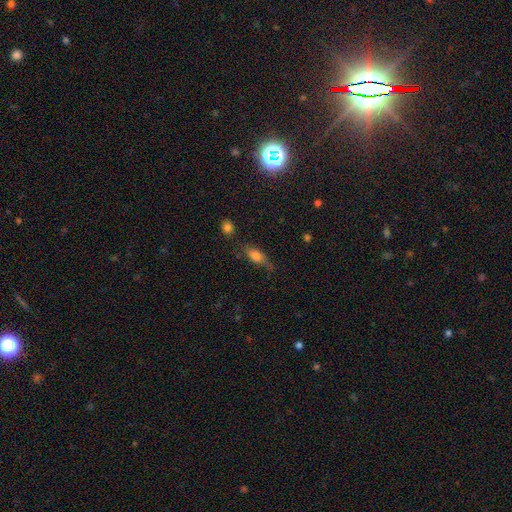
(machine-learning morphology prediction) type=smooth (69%); roundness=in between (73%); merging=none (54%).